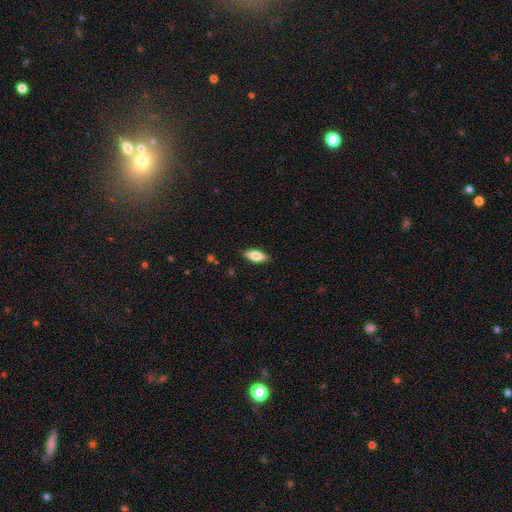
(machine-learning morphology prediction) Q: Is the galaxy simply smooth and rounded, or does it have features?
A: smooth — 71%.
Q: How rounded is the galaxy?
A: in between — 73%.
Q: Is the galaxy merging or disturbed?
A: none — 88%.